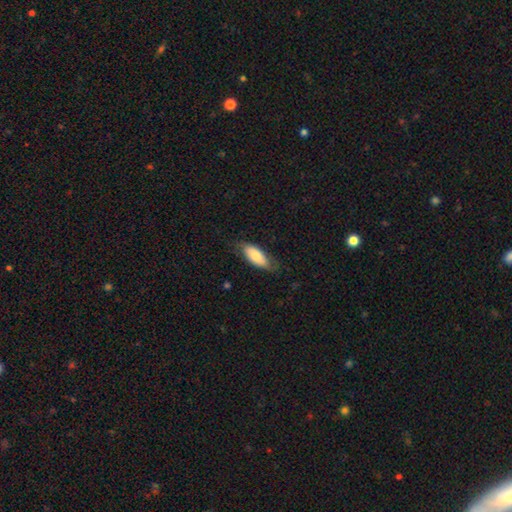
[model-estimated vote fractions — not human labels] A smooth galaxy with no disk features (74%) that is in between round and cigar-shaped (84%).

Vote fractions:
- Smooth or featured? smooth: 74% / featured or disk: 20% / star or artifact: 6%
- How rounded? in between: 84% / cigar-shaped: 14% / round: 2%
- Merging? none: 67% / minor disturbance: 25% / major disturbance: 7% / merger: 1%